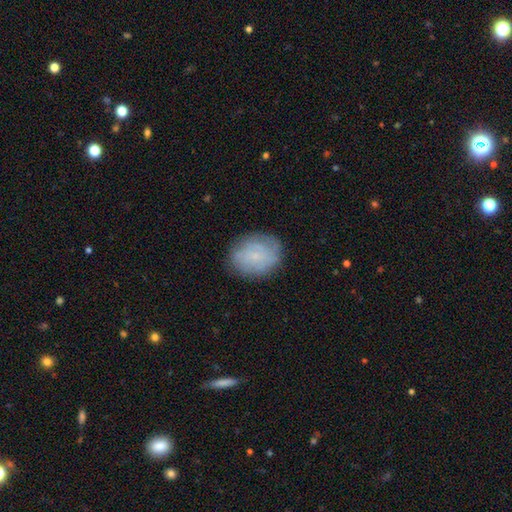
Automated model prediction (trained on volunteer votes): Smooth or featured?
  - smooth: 56% *
  - featured or disk: 35%
  - star or artifact: 9%
How rounded?
  - in between: 51% *
  - round: 48%
  - cigar-shaped: 1%
Merging?
  - none: 78% *
  - minor disturbance: 16%
  - major disturbance: 5%
  - merger: 1%